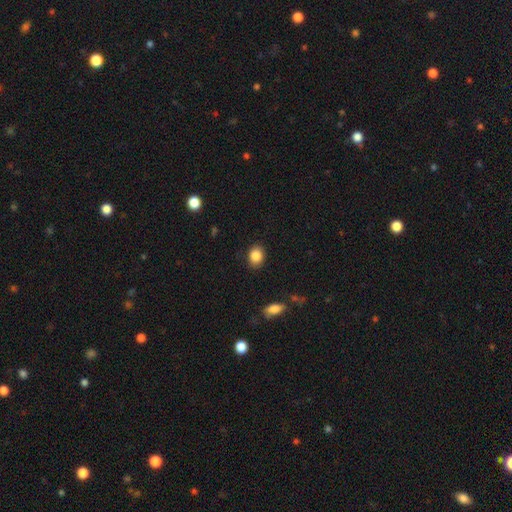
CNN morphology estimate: Q: Smooth or featured?
A: smooth (86%); runner-up: star or artifact (8%)
Q: How rounded?
A: in between (59%); runner-up: round (40%)
Q: Merging?
A: none (86%); runner-up: minor disturbance (10%)